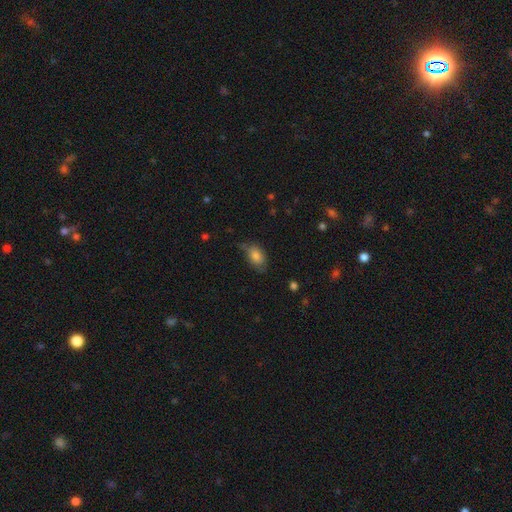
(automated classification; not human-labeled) Smooth or featured? smooth (81%)
How rounded? in between (88%)
Merging? none (57%)